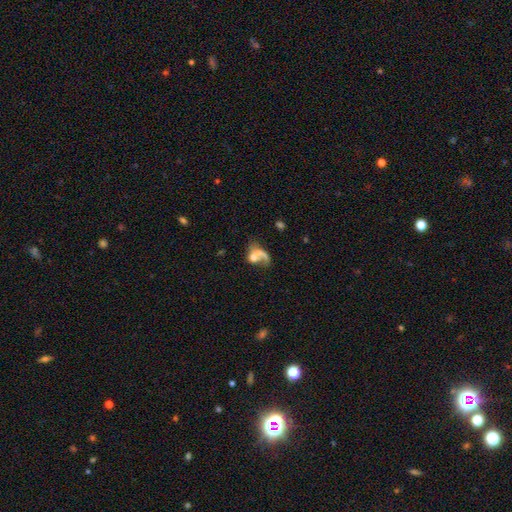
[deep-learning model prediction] Q: Smooth or featured?
A: featured or disk (45%); runner-up: smooth (42%)
Q: Merging?
A: merger (40%); runner-up: major disturbance (27%)